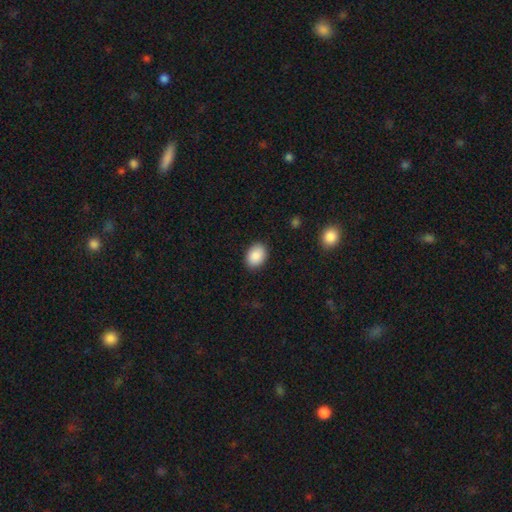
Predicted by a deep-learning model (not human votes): Smooth or featured? Predicted: smooth (p=0.89). How rounded? Predicted: in between (p=0.74). Merging? Predicted: none (p=0.89).